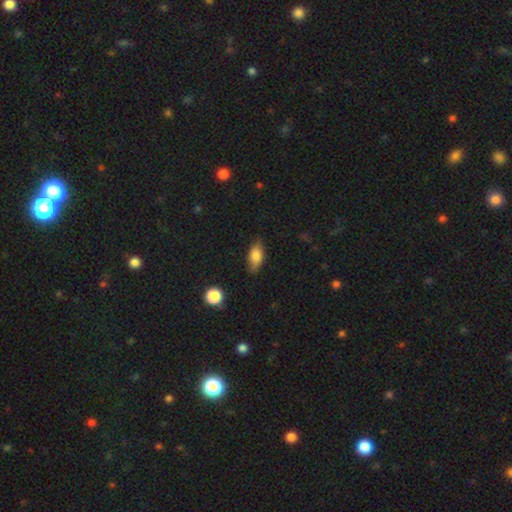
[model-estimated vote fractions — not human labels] Smooth or featured? smooth (79%)
How rounded? in between (85%)
Merging? none (78%)